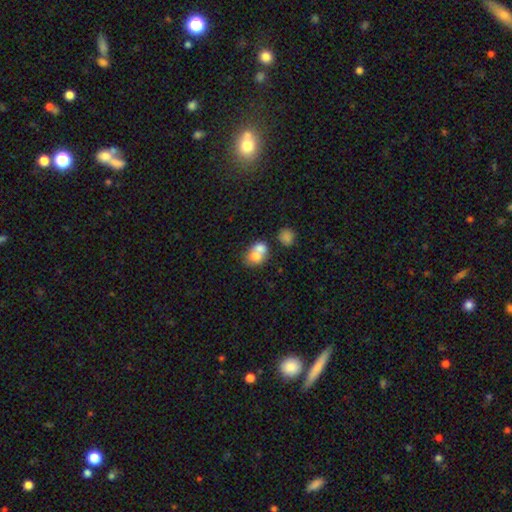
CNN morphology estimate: A smooth galaxy with no disk features (70%) that is round (52%). Merging: merger (67%).